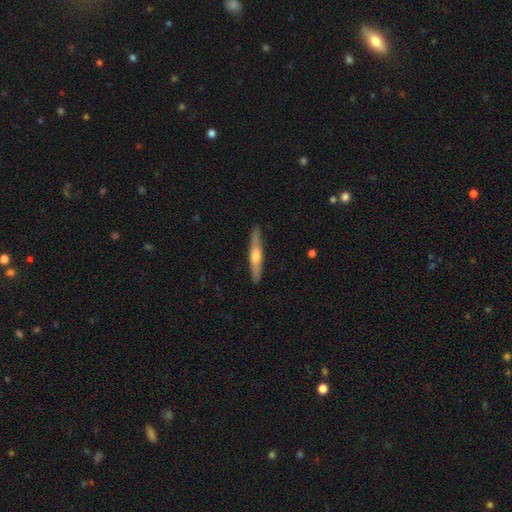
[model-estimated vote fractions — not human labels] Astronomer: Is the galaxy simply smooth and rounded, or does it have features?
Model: featured or disk — 59% (runner-up: smooth, 36%).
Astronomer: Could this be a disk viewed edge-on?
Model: yes — 93%.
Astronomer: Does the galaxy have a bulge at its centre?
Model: rounded — 89%.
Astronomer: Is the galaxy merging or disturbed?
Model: none — 90%.